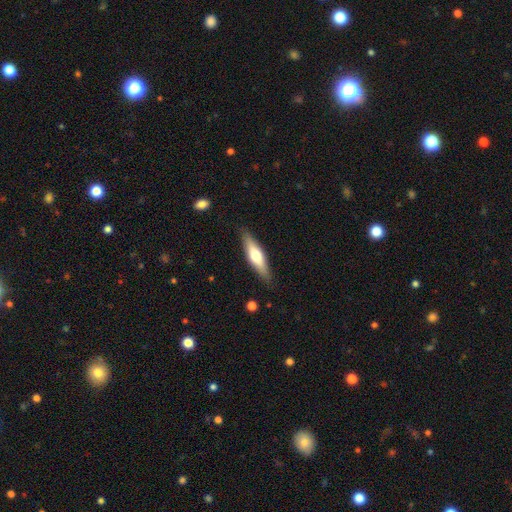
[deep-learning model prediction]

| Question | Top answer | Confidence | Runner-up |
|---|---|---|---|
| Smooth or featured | featured or disk | 47% | tied: smooth (47%) |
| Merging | none | 87% | minor disturbance (9%) |